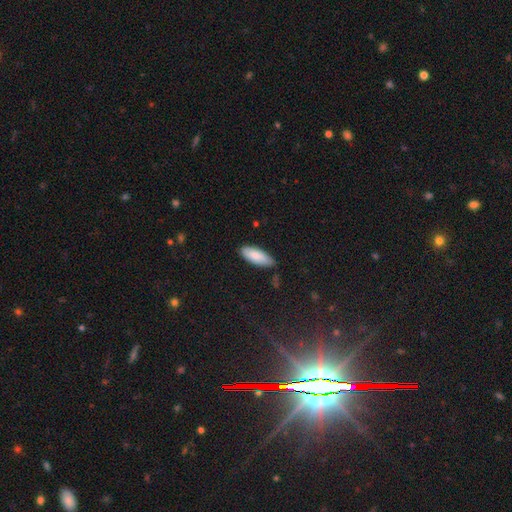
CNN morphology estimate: The model was most divided on "how rounded": in between: 76%, cigar-shaped: 22%, round: 2%. More confident: smooth or featured — smooth (85%); merging — none (79%).